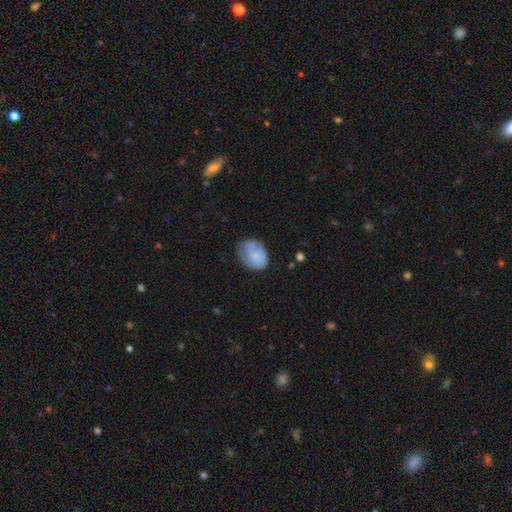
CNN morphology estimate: smooth 69%, featured or disk 24%, star or artifact 7%. Down the decision tree: how rounded — in between (69%); merging — none (54%).